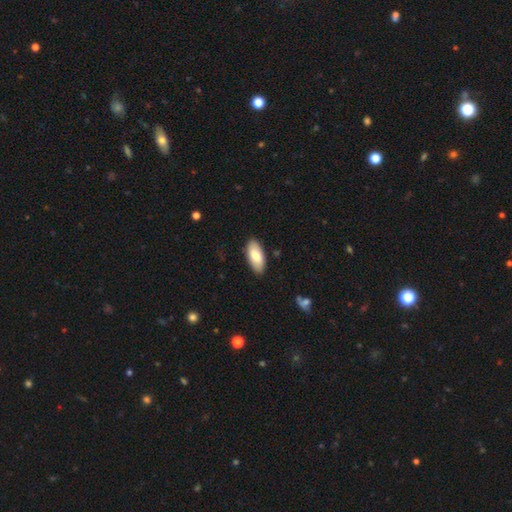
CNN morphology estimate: This appears to be a smooth galaxy with no disk features (82%) that is in between round and cigar-shaped (89%). Merging: none (87%).